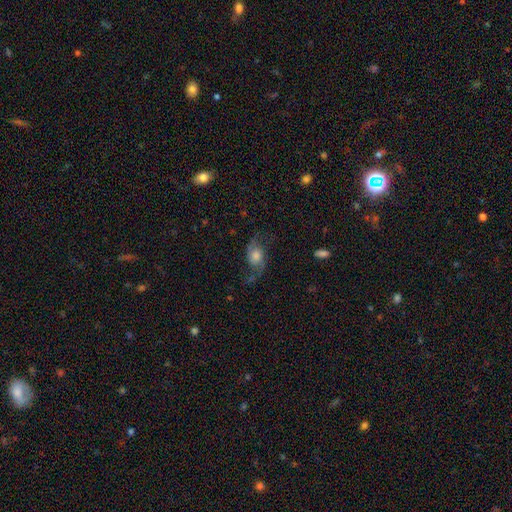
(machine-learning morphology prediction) The model was most divided on "bulge size": moderate: 51%, large: 24%, small: 17%, dominant: 4%, none: 4%. More confident: edge-on disk — no (95%); spiral arms — yes (95%); spiral arm count — 2 (92%); smooth or featured — featured or disk (78%); spiral winding — loose (72%); merging — none (70%); bar — no (68%).